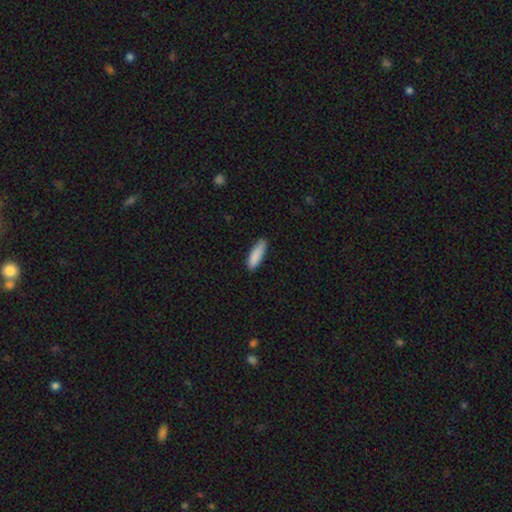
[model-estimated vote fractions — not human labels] The model was most divided on "how rounded": cigar-shaped: 53%, in between: 46%, round: 1%. More confident: smooth or featured — smooth (89%); merging — none (82%).